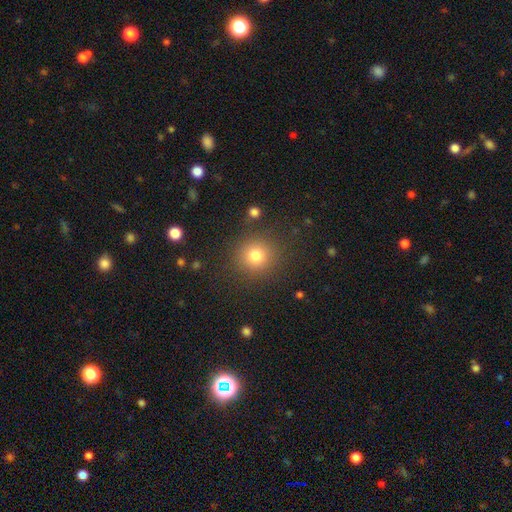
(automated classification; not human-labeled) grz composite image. It shows a smooth galaxy with no disk features (79%) that is round (91%). Merging: none (86%).